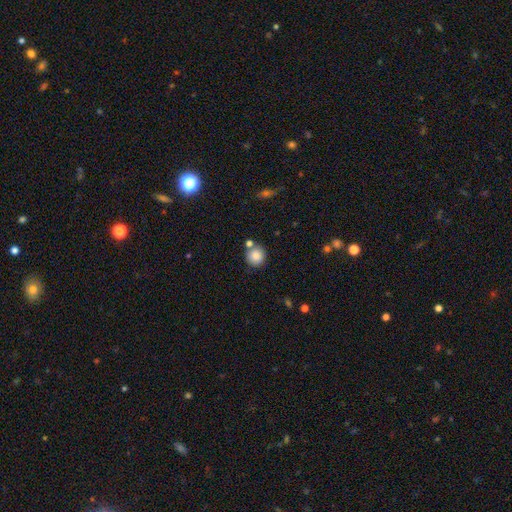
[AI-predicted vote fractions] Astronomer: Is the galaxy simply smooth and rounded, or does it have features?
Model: smooth — 86%.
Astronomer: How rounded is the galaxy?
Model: round — 92%.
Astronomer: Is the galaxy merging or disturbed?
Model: none — 72%.